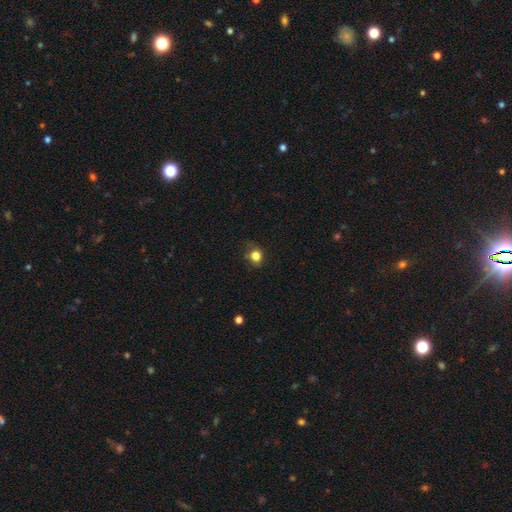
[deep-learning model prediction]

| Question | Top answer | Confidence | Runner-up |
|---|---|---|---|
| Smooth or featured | smooth | 81% | star or artifact (12%) |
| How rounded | round | 71% | in between (28%) |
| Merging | none | 68% | minor disturbance (23%) |